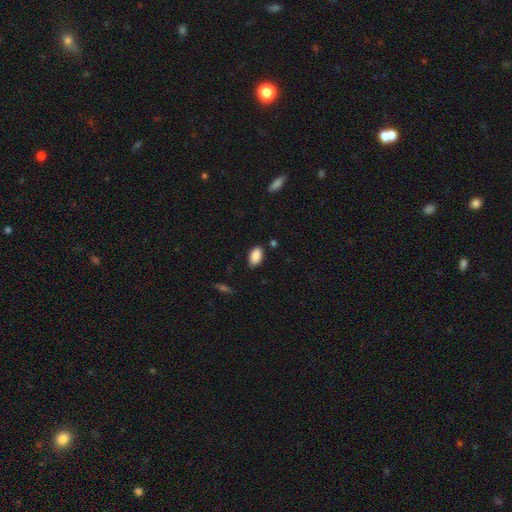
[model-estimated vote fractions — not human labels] Smooth or featured: smooth — 89% (star or artifact — 7%)
How rounded: in between — 94% (round — 4%)
Merging: none — 84% (minor disturbance — 11%)